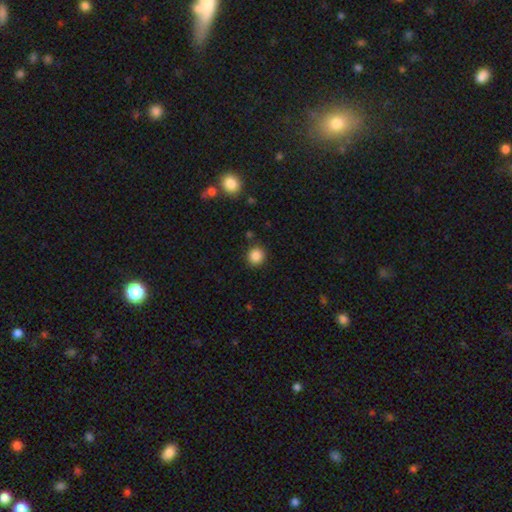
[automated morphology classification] This appears to be a smooth galaxy with no disk features (86%) that is round (90%). Merging: none (88%).